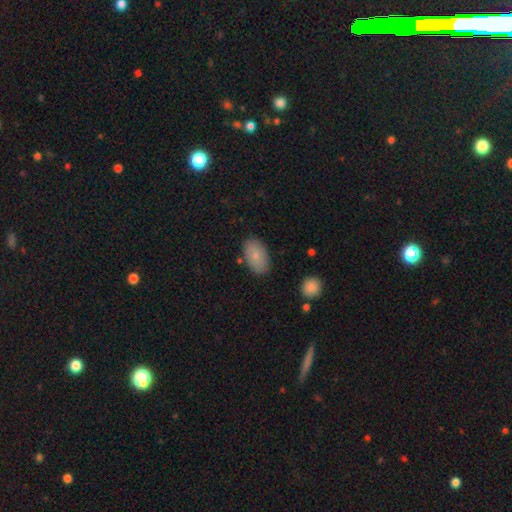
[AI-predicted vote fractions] This is likely a smooth galaxy (79%). How rounded: clearly in between (93%). Merging: clearly none (83%).